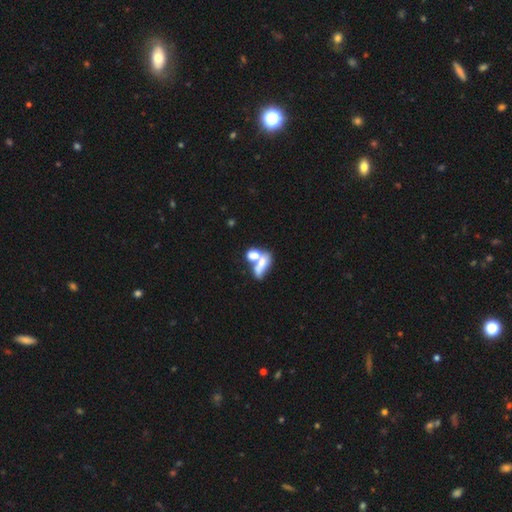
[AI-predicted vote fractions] Morphology: type=smooth (64%); roundness=in between (76%); merging=merger (67%).